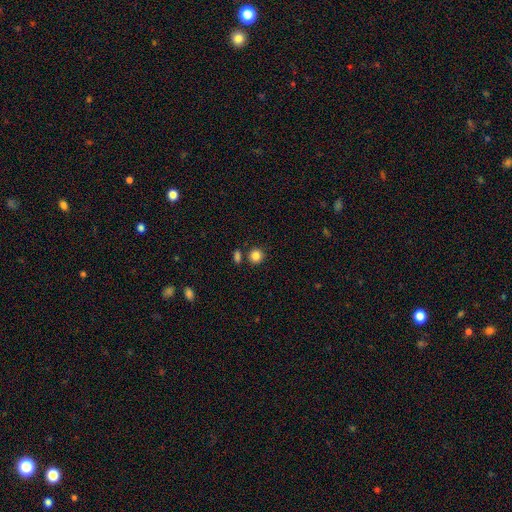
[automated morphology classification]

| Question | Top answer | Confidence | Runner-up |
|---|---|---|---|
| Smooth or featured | smooth | 85% | star or artifact (11%) |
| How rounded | round | 88% | in between (11%) |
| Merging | none | 79% | merger (10%) |